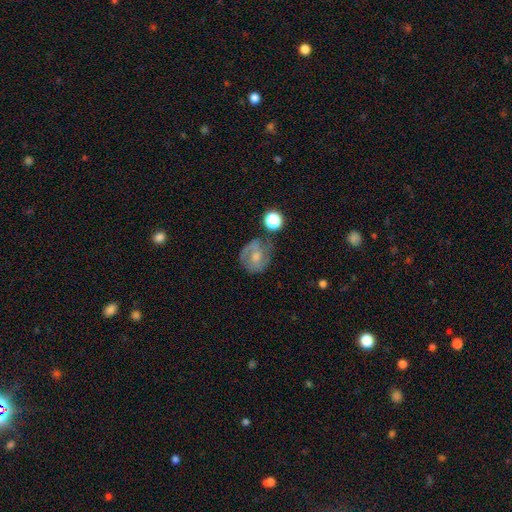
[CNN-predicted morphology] Smooth or featured? featured or disk (56%)
Edge-on disk? no (97%)
Bar? no (54%)
Spiral arms? yes (81%)
Bulge size? moderate (46%)
Merging? none (59%)